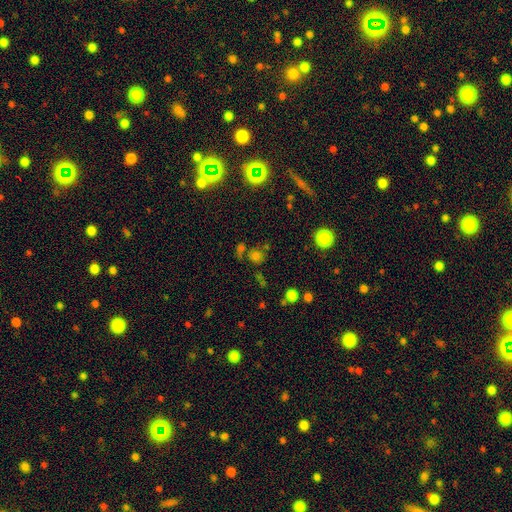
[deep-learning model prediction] smooth 62%, star or artifact 29%, featured or disk 9%. Down the decision tree: how rounded — round (84%); merging — none (59%).